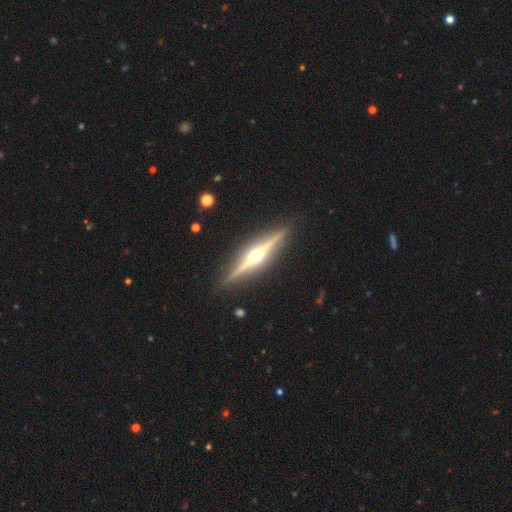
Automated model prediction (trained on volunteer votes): Q: Smooth or featured?
A: featured or disk (86%); runner-up: smooth (9%)
Q: Edge-on disk?
A: yes (98%); runner-up: no (2%)
Q: Edge-on bulge?
A: rounded (95%); runner-up: boxy (2%)
Q: Merging?
A: none (91%); runner-up: minor disturbance (7%)